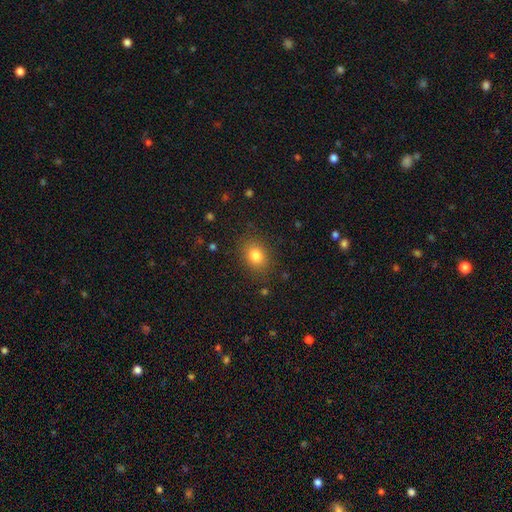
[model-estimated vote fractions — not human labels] smooth_or_featured: smooth (p=0.81) [alt: star or artifact p=0.11]
how_rounded: in between (p=0.53) [alt: round p=0.46]
merging: none (p=0.85) [alt: minor disturbance p=0.10]